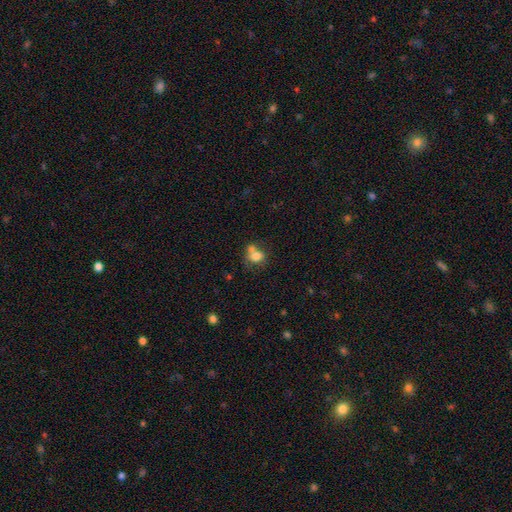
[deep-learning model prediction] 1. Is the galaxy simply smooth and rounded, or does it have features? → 75% smooth, 15% featured or disk, 10% star or artifact.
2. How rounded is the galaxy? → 67% round, 32% in between, 1% cigar-shaped.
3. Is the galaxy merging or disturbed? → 46% merger, 36% none, 12% minor disturbance, 6% major disturbance.